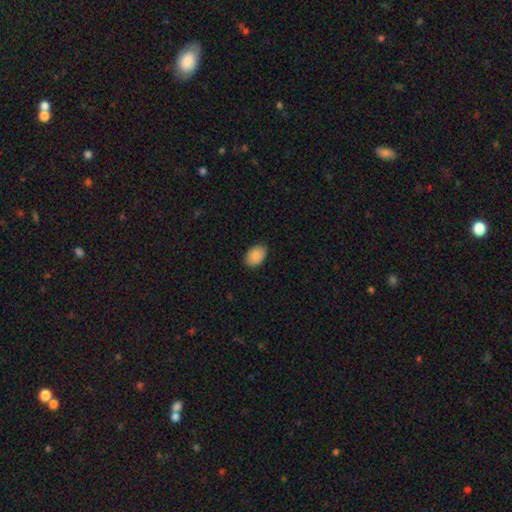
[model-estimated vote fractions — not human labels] A smooth galaxy with no disk features (86%) that is in between round and cigar-shaped (83%).

Vote fractions:
- Smooth or featured? smooth: 86% / featured or disk: 8% / star or artifact: 7%
- How rounded? in between: 83% / round: 16% / cigar-shaped: 1%
- Merging? none: 83% / minor disturbance: 13% / major disturbance: 2% / merger: 1%